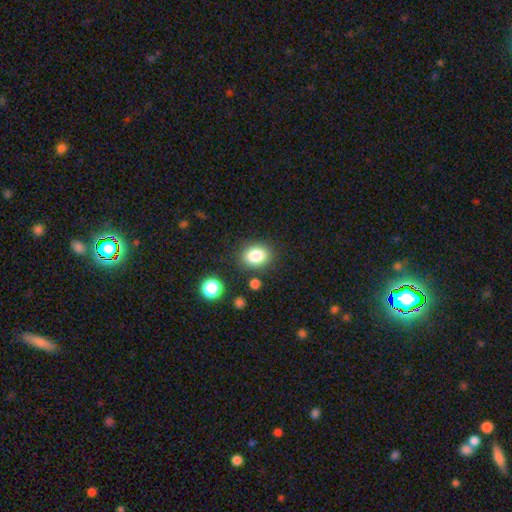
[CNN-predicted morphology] type=smooth (83%); roundness=in between (53%); merging=none (82%).